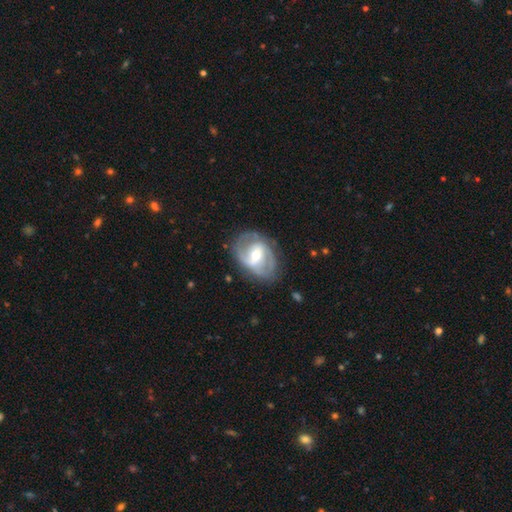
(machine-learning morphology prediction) This is clearly a featured or disk galaxy (81%). It is clearly not viewed edge-on (97%). Bar: possibly weak (46%). Spiral arm pattern: clearly yes (88%). Spiral arm count: likely 2 (73%). Spiral winding: possibly medium (48%). Central bulge: likely moderate (61%). Merging: likely none (73%).